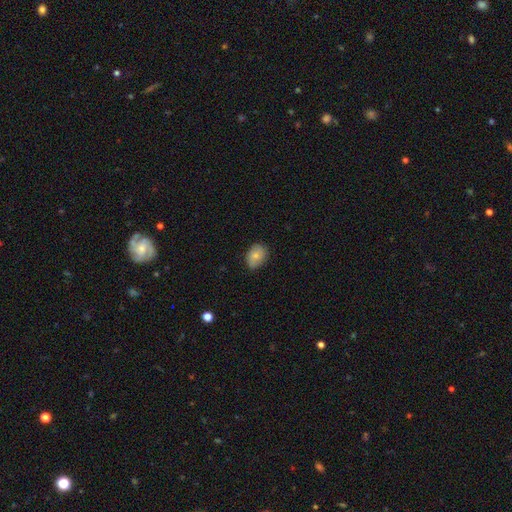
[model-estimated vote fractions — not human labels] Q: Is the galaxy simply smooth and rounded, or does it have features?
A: smooth — 78%.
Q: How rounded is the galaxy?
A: in between — 68%.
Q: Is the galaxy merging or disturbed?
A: none — 73%.